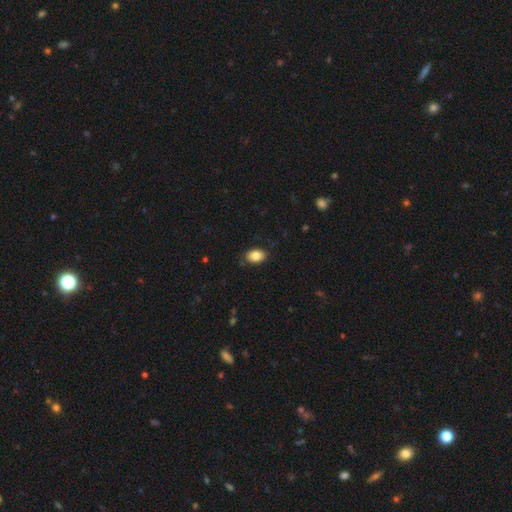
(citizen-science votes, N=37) Volunteers were most divided on "merging": none: 77%, minor disturbance: 20%, major disturbance: 3%, merger: 0%. More confident: smooth or featured — smooth (89%); how rounded — in between (82%).